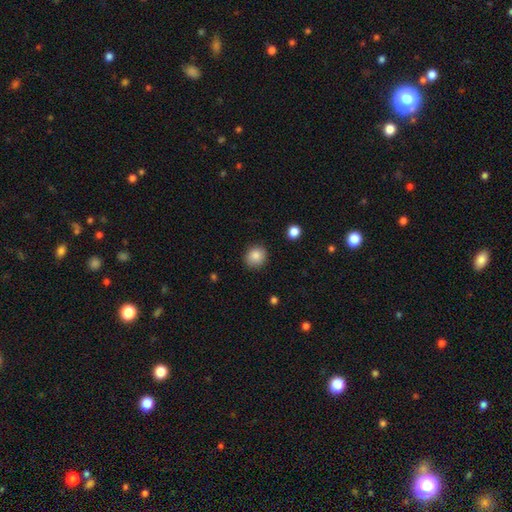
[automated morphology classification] Smooth or featured? smooth (86%)
How rounded? round (85%)
Merging? none (87%)